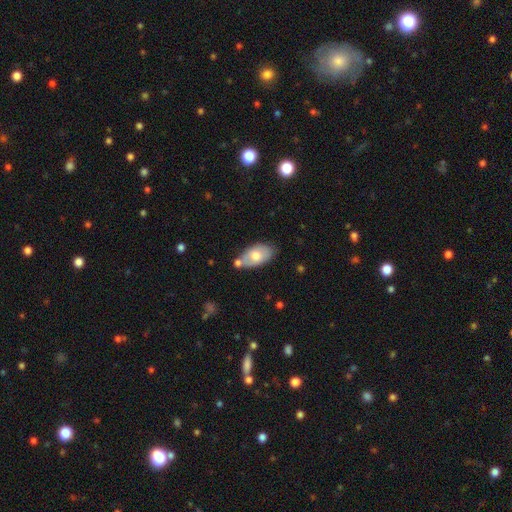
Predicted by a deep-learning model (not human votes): smooth 69%, featured or disk 25%, star or artifact 6%. Down the decision tree: how rounded — in between (93%); merging — none (60%).